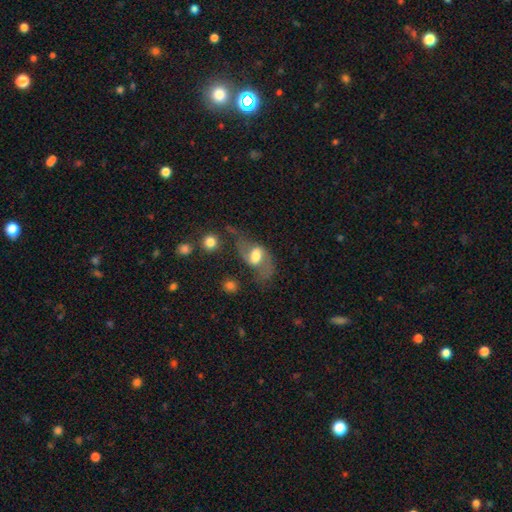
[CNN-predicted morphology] The model was most divided on "bulge size": moderate: 50%, large: 37%, small: 8%, dominant: 3%, none: 2%. Remaining: edge-on disk — no (91%); spiral arms — yes (77%); smooth or featured — featured or disk (61%); merging — none (48%); bar — weak (45%).